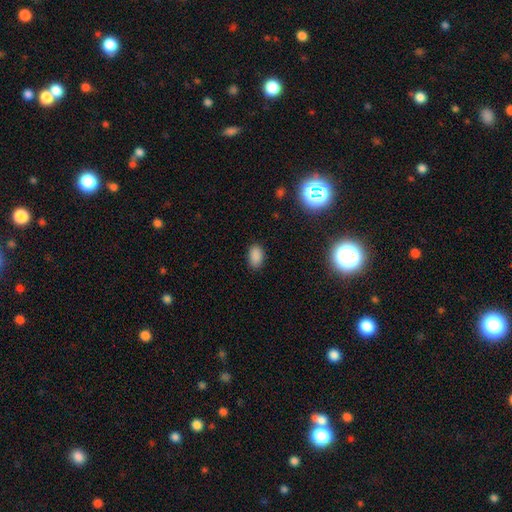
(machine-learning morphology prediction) smooth_or_featured: smooth (p=0.85) [alt: star or artifact p=0.12]
how_rounded: in between (p=0.91) [alt: round p=0.07]
merging: none (p=0.84) [alt: minor disturbance p=0.12]